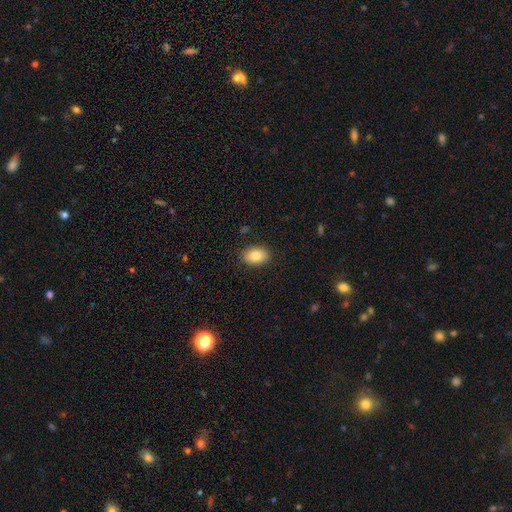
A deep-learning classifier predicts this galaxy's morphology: Smooth or featured: smooth — 84% (featured or disk — 9%)
How rounded: in between — 87% (round — 12%)
Merging: none — 88% (minor disturbance — 9%)